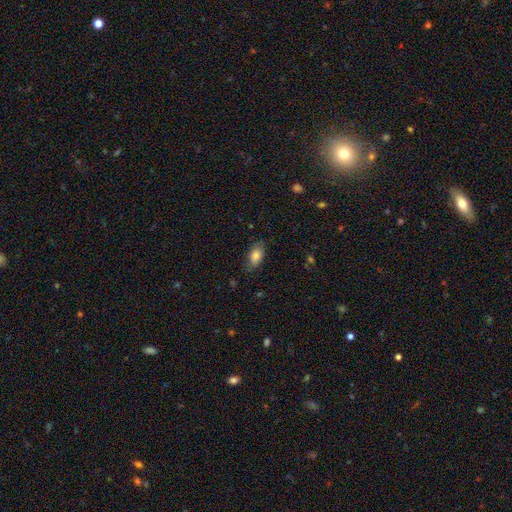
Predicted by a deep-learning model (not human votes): This is clearly a smooth galaxy (81%). How rounded: clearly in between (90%). Merging: likely none (75%).